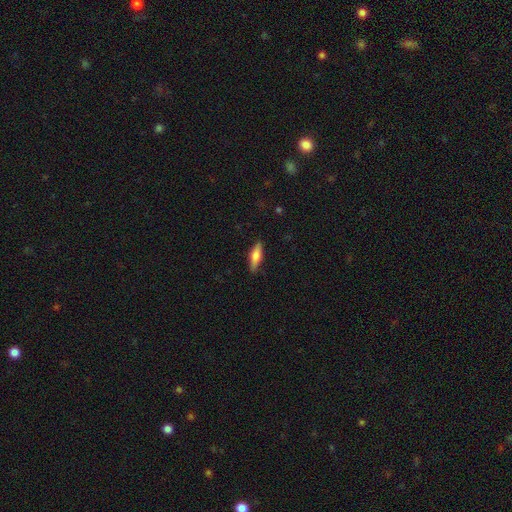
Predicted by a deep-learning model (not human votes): This is possibly a smooth galaxy (58%). How rounded: possibly cigar-shaped (59%). Merging: clearly none (87%).